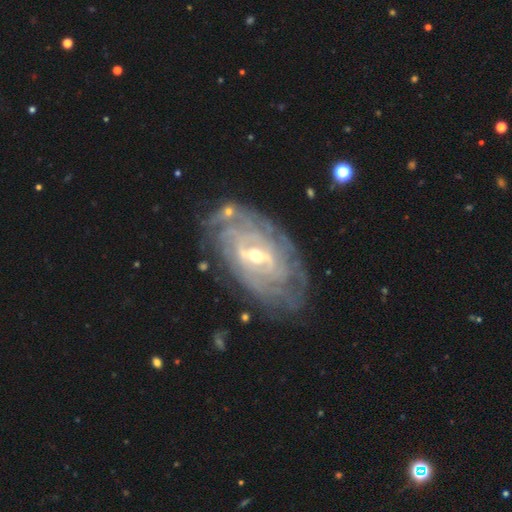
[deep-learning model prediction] Q: Smooth or featured?
A: featured or disk (87%); runner-up: smooth (7%)
Q: Edge-on disk?
A: no (95%); runner-up: yes (5%)
Q: Bar?
A: weak (48%); runner-up: strong (31%)
Q: Spiral arms?
A: yes (94%); runner-up: no (6%)
Q: Spiral winding?
A: tight (79%); runner-up: medium (17%)
Q: Spiral arm count?
A: can't tell (42%); runner-up: 4 (17%)
Q: Bulge size?
A: moderate (49%); runner-up: small (47%)
Q: Merging?
A: none (76%); runner-up: minor disturbance (16%)